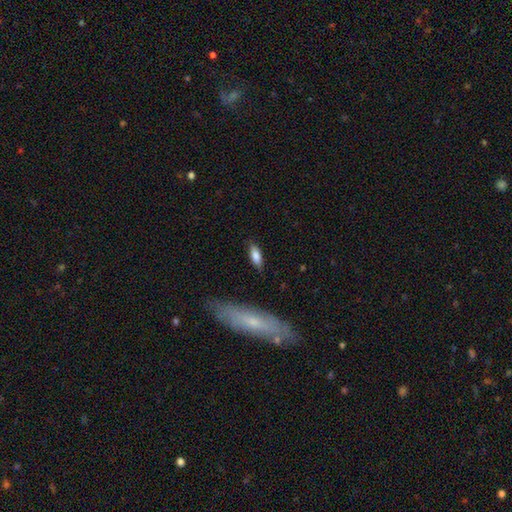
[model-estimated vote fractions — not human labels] This appears to be a smooth galaxy with no disk features (81%) that is in between round and cigar-shaped (69%). Merging: none (83%).